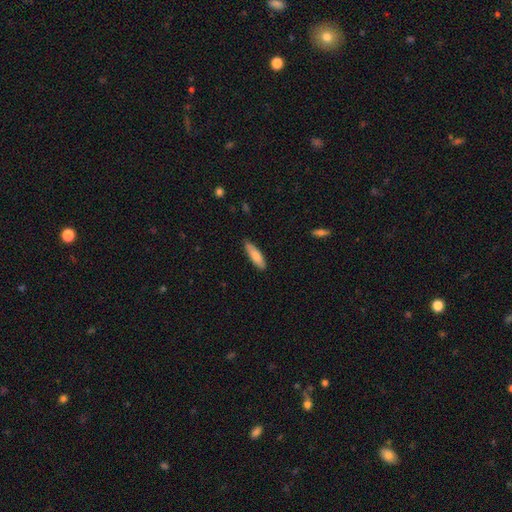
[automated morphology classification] The model was most divided on "how rounded": cigar-shaped: 59%, in between: 40%, round: 1%. More confident: smooth or featured — smooth (83%); merging — none (83%).